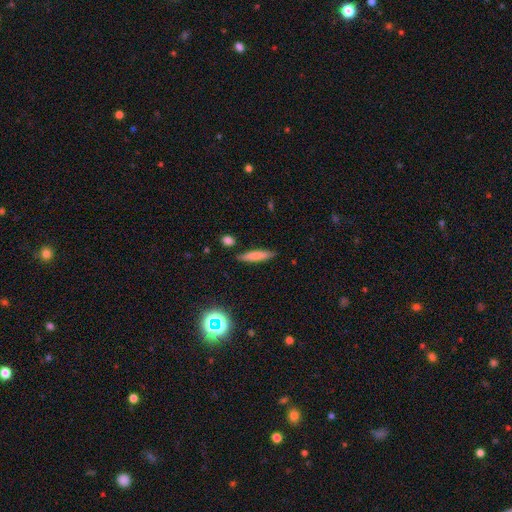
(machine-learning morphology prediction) Overall: smooth (75%). How rounded: cigar-shaped (84%). Merging: none (85%).